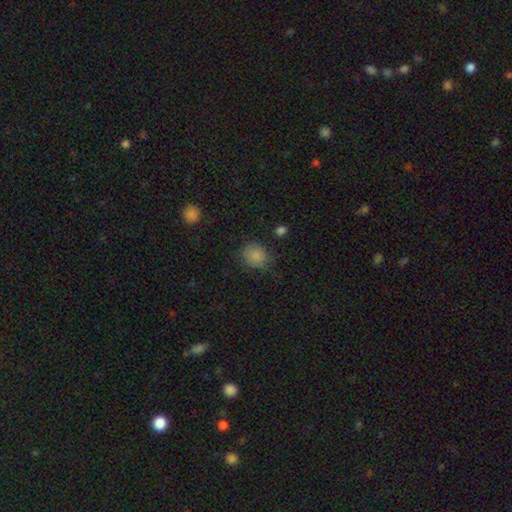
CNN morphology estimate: smooth_or_featured: smooth (p=0.83) [alt: star or artifact p=0.10]
how_rounded: round (p=0.77) [alt: in between p=0.22]
merging: none (p=0.70) [alt: minor disturbance p=0.22]